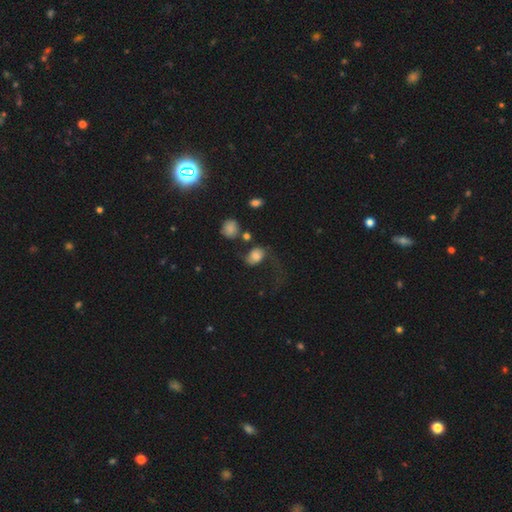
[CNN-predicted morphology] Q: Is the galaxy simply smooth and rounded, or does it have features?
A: smooth — 64%.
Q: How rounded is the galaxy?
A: in between — 66%.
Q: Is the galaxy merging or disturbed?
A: major disturbance — 42%.